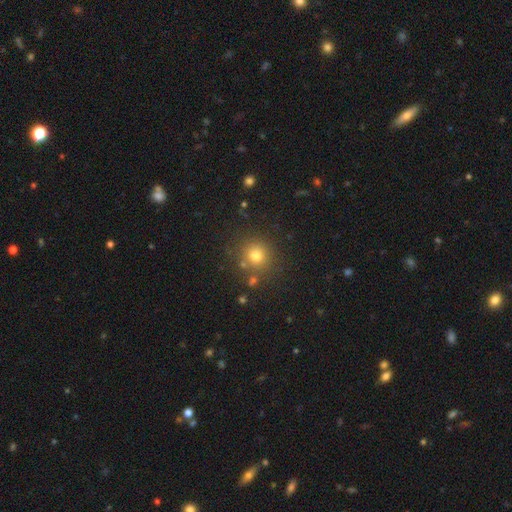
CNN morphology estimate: Smooth or featured? smooth (76%)
How rounded? round (90%)
Merging? none (81%)